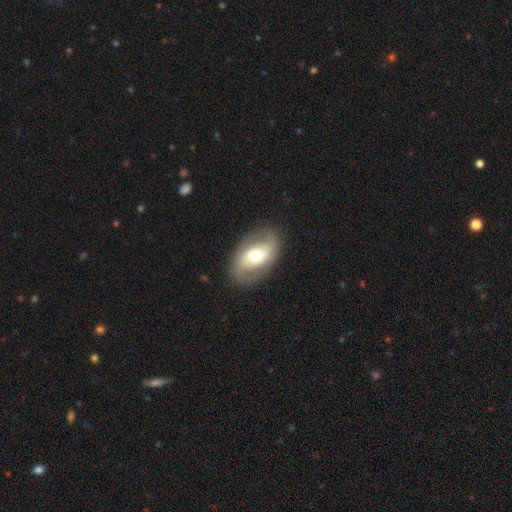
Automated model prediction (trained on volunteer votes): Morphology: type=featured or disk (63%); edge-on=no (94%); bar=no (51%); spiral arms=yes (64%); bulge=moderate (72%); merging=none (81%).